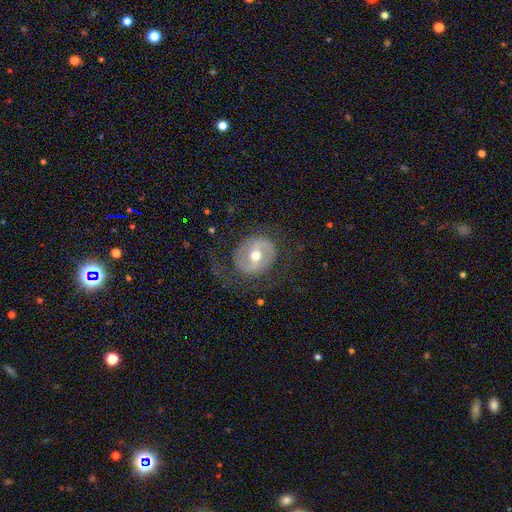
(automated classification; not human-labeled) A featured or disk galaxy (62%) with a weak bar (36%), no spiral arms (54%) and a moderate central bulge (75%). Merging: none (68%).